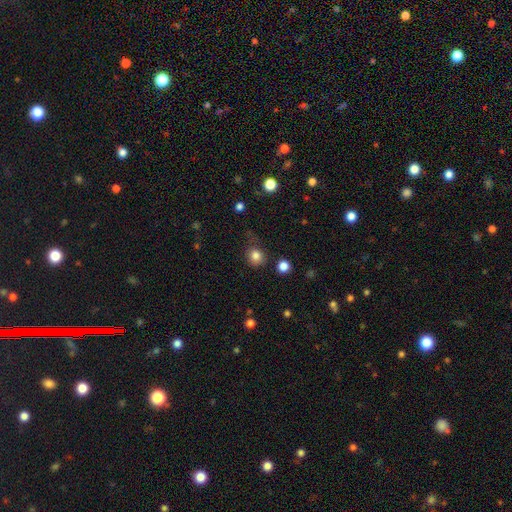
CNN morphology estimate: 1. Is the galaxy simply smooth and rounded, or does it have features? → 82% smooth, 12% star or artifact, 6% featured or disk.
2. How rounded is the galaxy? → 81% round, 18% in between, 1% cigar-shaped.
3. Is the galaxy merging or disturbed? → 70% none, 20% minor disturbance, 7% major disturbance, 3% merger.